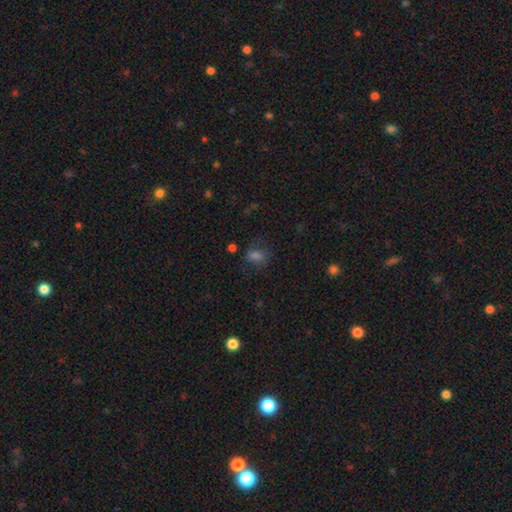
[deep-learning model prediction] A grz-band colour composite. It shows a smooth galaxy with no disk features (66%) that is in between round and cigar-shaped (68%). Merging: none (62%).